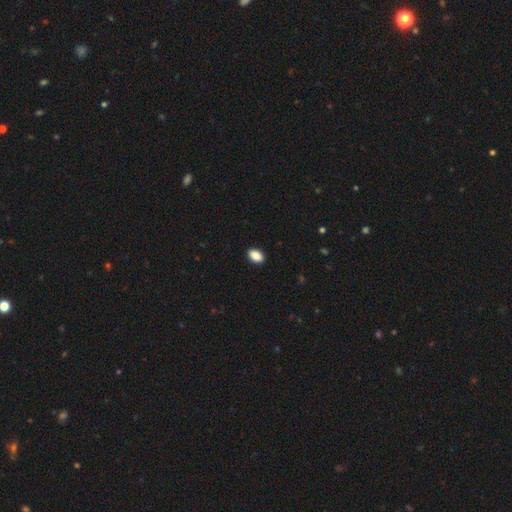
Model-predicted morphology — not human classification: smooth_or_featured: smooth (p=0.89) [alt: star or artifact p=0.08]
how_rounded: in between (p=0.88) [alt: round p=0.11]
merging: none (p=0.91) [alt: minor disturbance p=0.06]